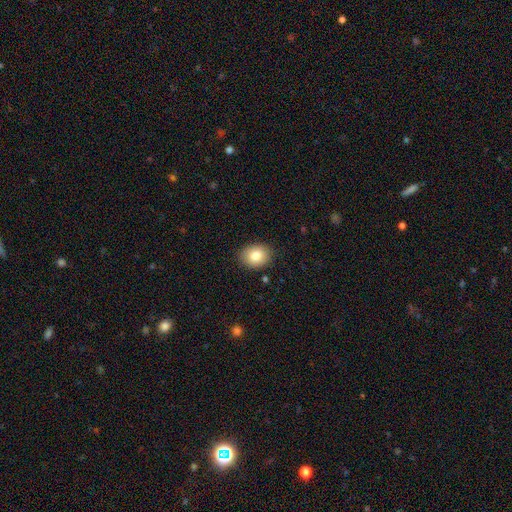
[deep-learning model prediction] A smooth galaxy with no disk features (83%) that is in between round and cigar-shaped (56%).

Vote fractions:
- Smooth or featured? smooth: 83% / featured or disk: 9% / star or artifact: 8%
- How rounded? in between: 56% / round: 43% / cigar-shaped: 1%
- Merging? none: 87% / minor disturbance: 10% / major disturbance: 2% / merger: 1%